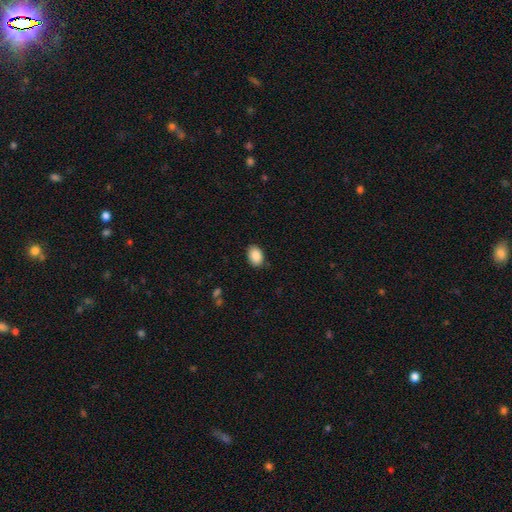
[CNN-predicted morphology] type=smooth (90%); roundness=in between (81%); merging=none (87%).